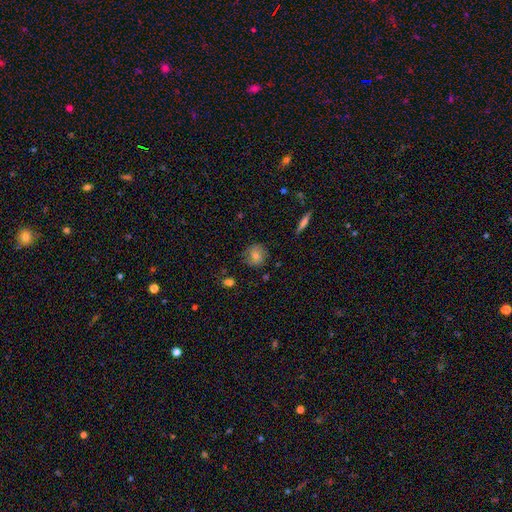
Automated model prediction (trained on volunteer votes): Overall: smooth (60%; featured or disk 27%). How rounded: round (86%). Merging: none (77%).